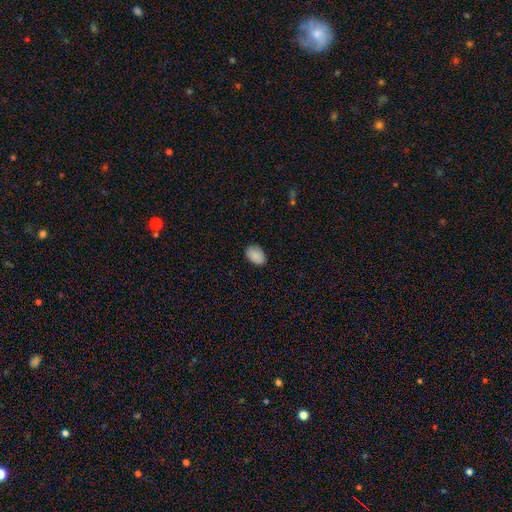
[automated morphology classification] Smooth or featured? Predicted: smooth (p=0.90). How rounded? Predicted: in between (p=0.87). Merging? Predicted: none (p=0.88).